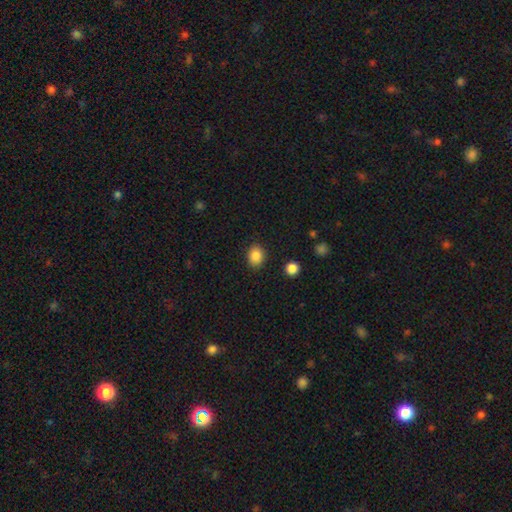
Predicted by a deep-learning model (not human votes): Q: Smooth or featured?
A: smooth (86%); runner-up: star or artifact (9%)
Q: How rounded?
A: round (54%); runner-up: in between (45%)
Q: Merging?
A: none (88%); runner-up: minor disturbance (8%)